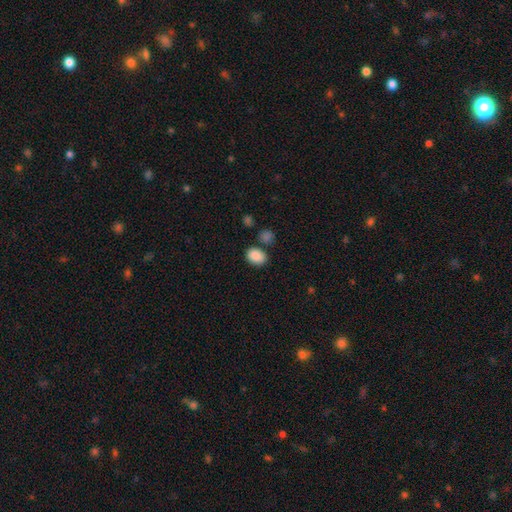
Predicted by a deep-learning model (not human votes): A smooth galaxy with no disk features (87%) that is in between round and cigar-shaped (66%).

Vote fractions:
- Smooth or featured? smooth: 87% / star or artifact: 9% / featured or disk: 4%
- How rounded? in between: 66% / round: 33% / cigar-shaped: 1%
- Merging? none: 73% / minor disturbance: 14% / merger: 9% / major disturbance: 4%